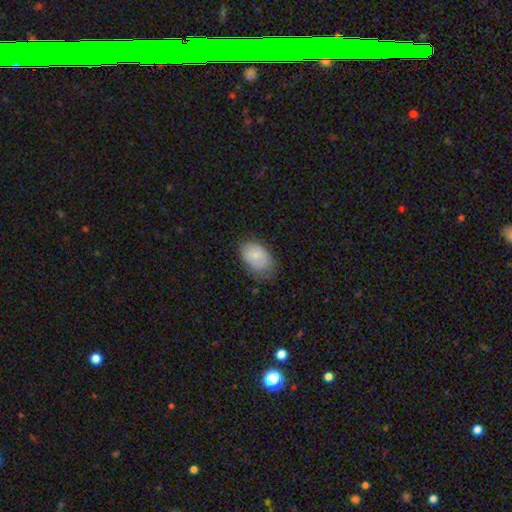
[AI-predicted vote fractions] This is likely a smooth galaxy (77%). How rounded: clearly in between (91%). Merging: possibly none (57%).